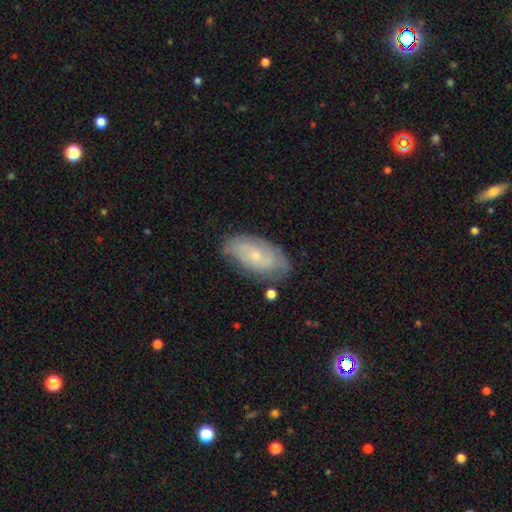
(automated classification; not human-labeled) The model was most divided on "smooth or featured": featured or disk: 58%, smooth: 35%, star or artifact: 7%. More confident: edge-on disk — no (93%); spiral arms — yes (77%); bar — no (75%); bulge size — small (74%); merging — none (70%).